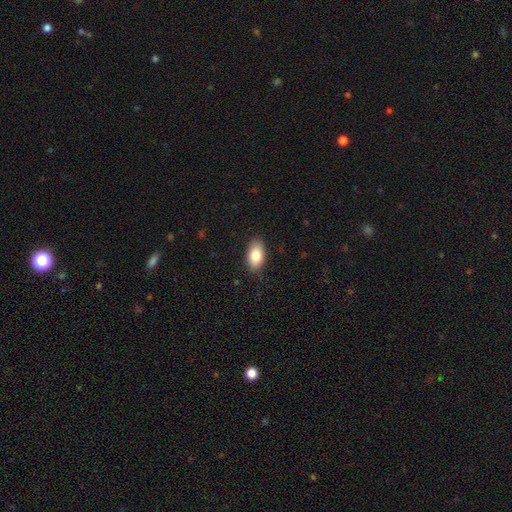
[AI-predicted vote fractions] Smooth or featured?
  - smooth: 84% *
  - featured or disk: 9%
  - star or artifact: 7%
How rounded?
  - in between: 93% *
  - round: 5%
  - cigar-shaped: 2%
Merging?
  - none: 86% *
  - minor disturbance: 11%
  - major disturbance: 2%
  - merger: 1%